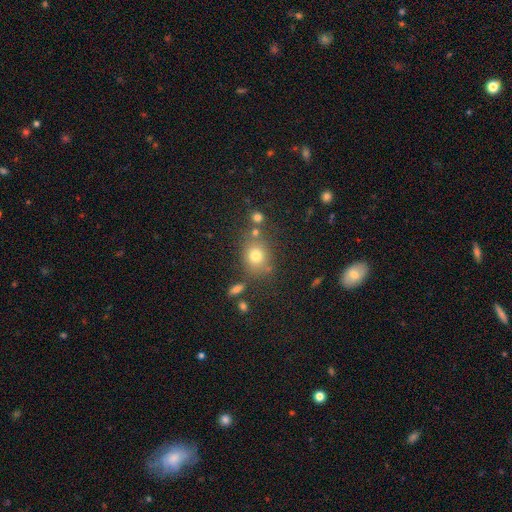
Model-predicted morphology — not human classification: A smooth galaxy with no disk features (74%) that is round (63%). Merging: none (71%).